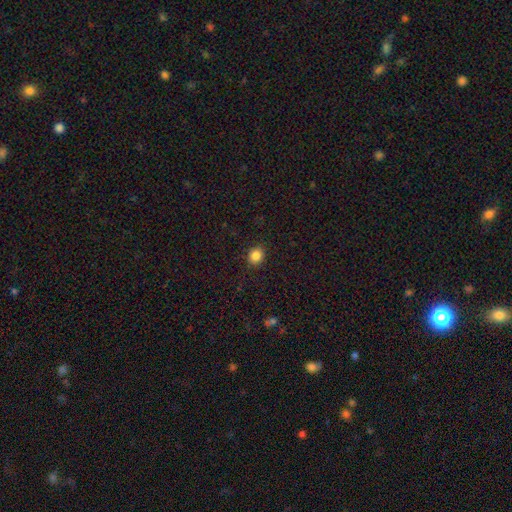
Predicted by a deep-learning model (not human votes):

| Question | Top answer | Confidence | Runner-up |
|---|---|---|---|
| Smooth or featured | smooth | 85% | star or artifact (11%) |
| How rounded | round | 77% | in between (22%) |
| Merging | none | 89% | minor disturbance (8%) |